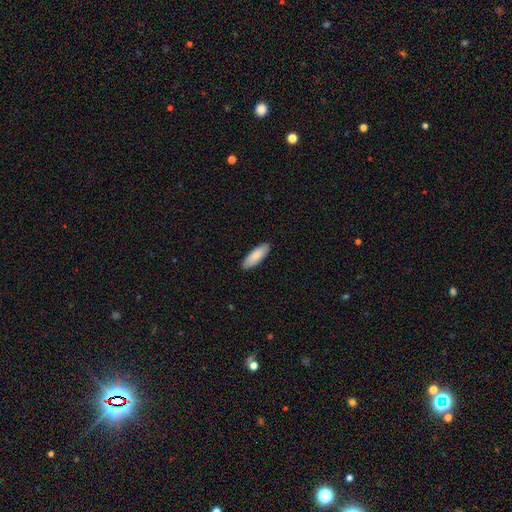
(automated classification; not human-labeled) Smooth or featured: smooth — 87% (featured or disk — 8%)
How rounded: in between — 61% (cigar-shaped — 38%)
Merging: none — 90% (minor disturbance — 7%)